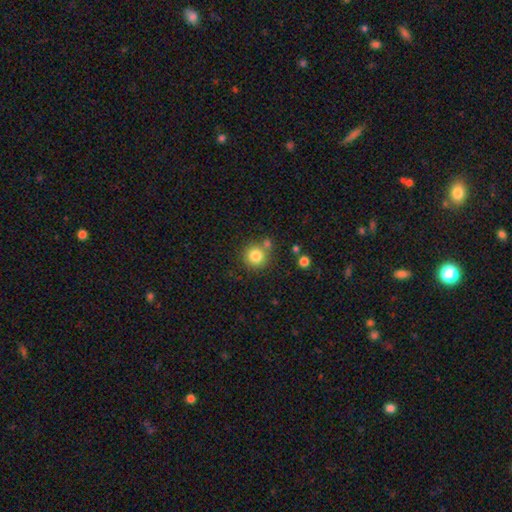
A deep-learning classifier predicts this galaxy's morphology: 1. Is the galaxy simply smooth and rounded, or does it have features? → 82% smooth, 11% star or artifact, 7% featured or disk.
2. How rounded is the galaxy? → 93% round, 6% in between, 1% cigar-shaped.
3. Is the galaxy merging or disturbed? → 71% none, 16% merger, 10% minor disturbance, 3% major disturbance.